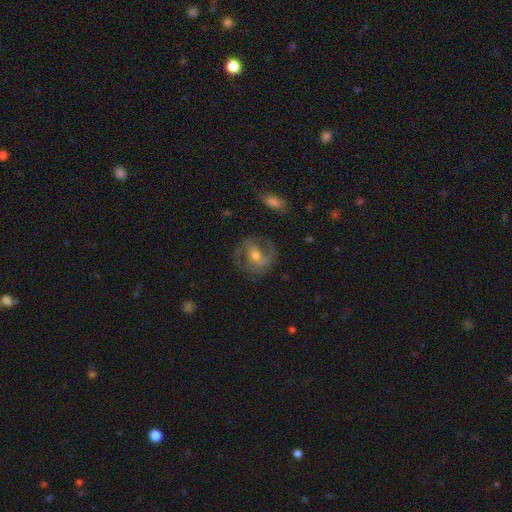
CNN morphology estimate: Smooth or featured?
  - featured or disk: 78% *
  - smooth: 15%
  - star or artifact: 7%
Edge-on disk?
  - no: 96% *
  - yes: 4%
Bar?
  - weak: 42% *
  - no: 31%
  - strong: 26%
Spiral arms?
  - yes: 91% *
  - no: 9%
Spiral winding?
  - medium: 50% *
  - tight: 28%
  - loose: 22%
Spiral arm count?
  - 2: 73% *
  - can't tell: 10%
  - 3: 8%
  - 1: 5%
  - 4: 2%
  - more than 4: 2%
Bulge size?
  - moderate: 56% *
  - small: 38%
  - large: 4%
  - none: 2%
  - dominant: 1%
Merging?
  - none: 71% *
  - minor disturbance: 16%
  - major disturbance: 11%
  - merger: 2%